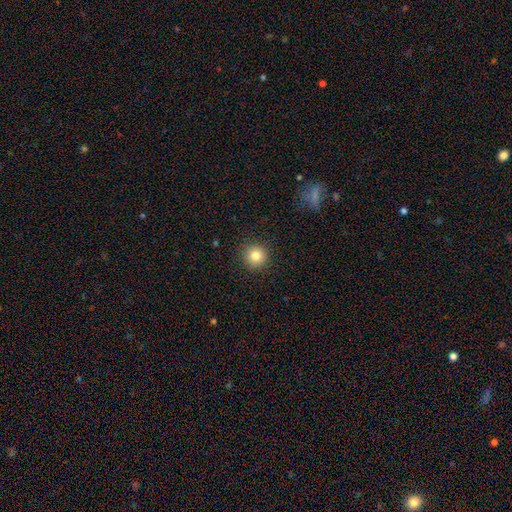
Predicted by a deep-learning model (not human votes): smooth_or_featured: smooth (p=0.83) [alt: star or artifact p=0.11]
how_rounded: round (p=0.95) [alt: in between p=0.04]
merging: none (p=0.92) [alt: minor disturbance p=0.05]